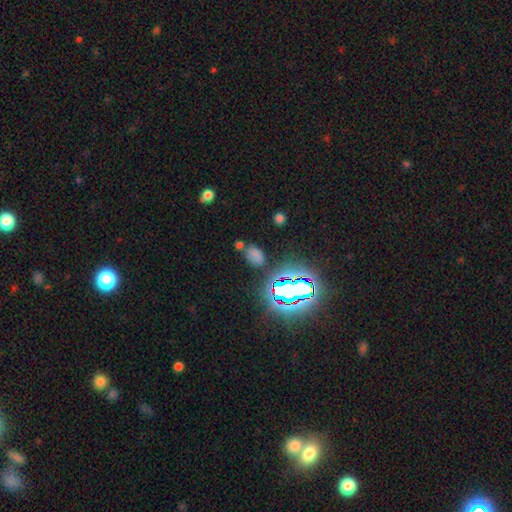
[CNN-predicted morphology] Q: Smooth or featured?
A: smooth (61%); runner-up: star or artifact (30%)
Q: How rounded?
A: in between (83%); runner-up: round (15%)
Q: Merging?
A: none (68%); runner-up: minor disturbance (16%)